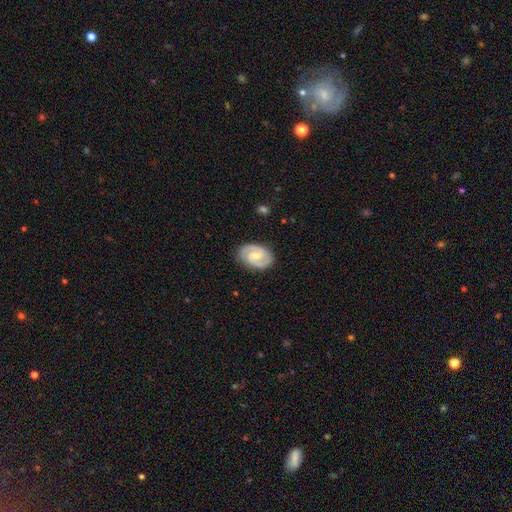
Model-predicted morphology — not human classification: smooth_or_featured: featured or disk (p=0.85) [alt: smooth p=0.11]
disk_edge_on: no (p=0.97) [alt: yes p=0.03]
bar: weak (p=0.46) [alt: no p=0.41]
has_spiral_arms: yes (p=0.96) [alt: no p=0.04]
spiral_winding: tight (p=0.47) [alt: medium p=0.45]
spiral_arm_count: 2 (p=0.91) [alt: can't tell p=0.04]
bulge_size: moderate (p=0.56) [alt: small p=0.39]
merging: none (p=0.84) [alt: minor disturbance p=0.12]